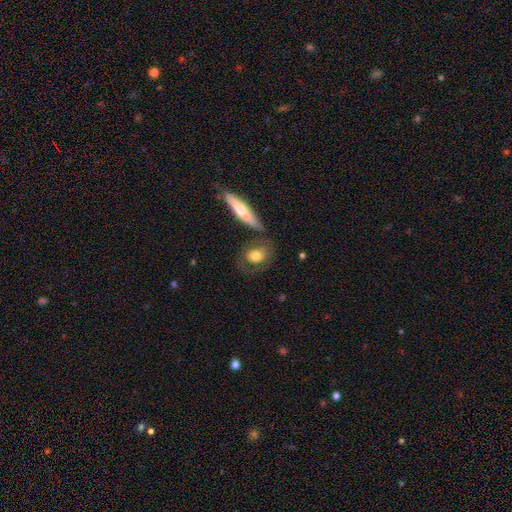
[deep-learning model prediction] Smooth or featured?
  - smooth: 63% *
  - featured or disk: 31%
  - star or artifact: 7%
How rounded?
  - in between: 58% *
  - round: 36%
  - cigar-shaped: 6%
Merging?
  - none: 60% *
  - minor disturbance: 18%
  - merger: 11%
  - major disturbance: 11%